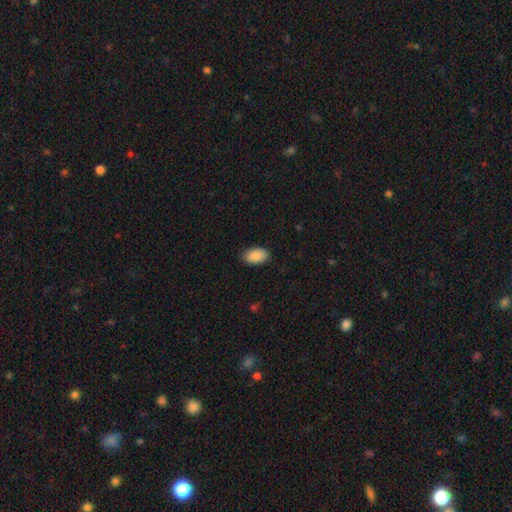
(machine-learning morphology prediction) type=smooth (89%); roundness=in between (94%); merging=none (86%).